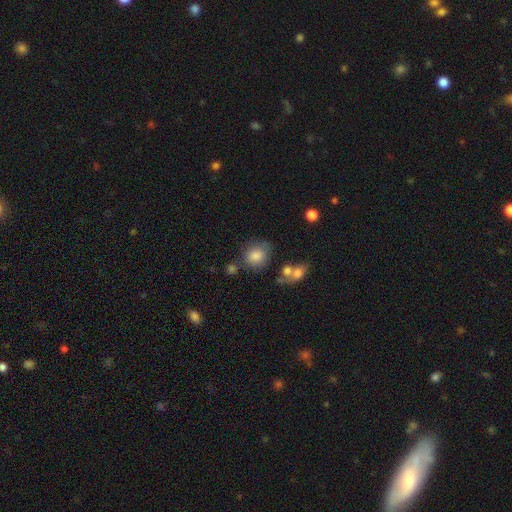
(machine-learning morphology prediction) type=smooth (81%); roundness=round (70%); merging=none (60%).